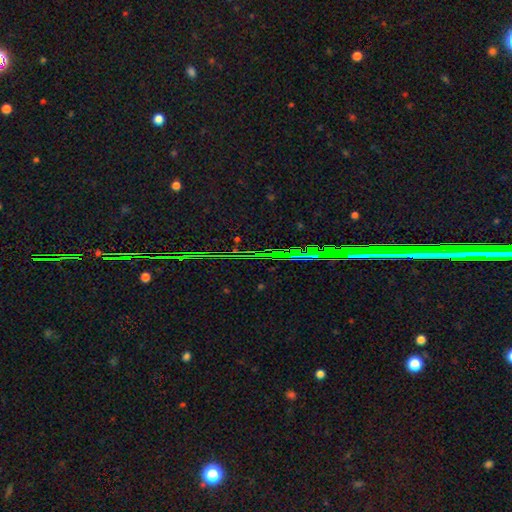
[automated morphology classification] This appears to be a star or artifact, not a galaxy (84%).